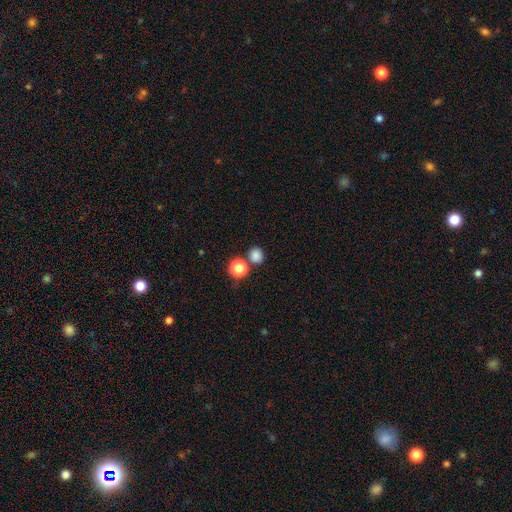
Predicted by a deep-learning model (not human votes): smooth 82%, star or artifact 13%, featured or disk 4%. Down the decision tree: how rounded — round (81%); merging — none (70%).